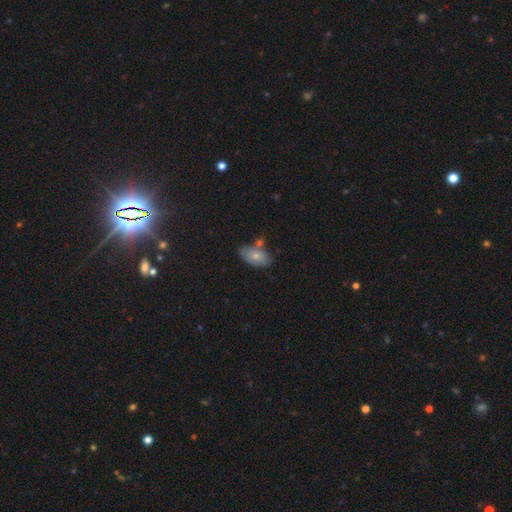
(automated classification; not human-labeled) This appears to be a smooth galaxy with no disk features (74%) that is in between round and cigar-shaped (93%). Merging: none (59%).